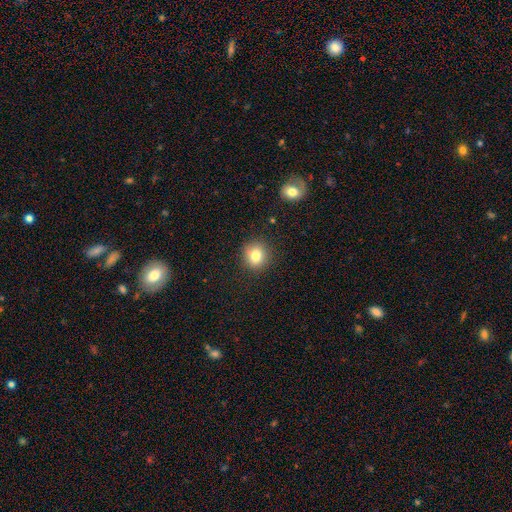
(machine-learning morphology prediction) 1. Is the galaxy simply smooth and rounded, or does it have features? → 80% smooth, 11% star or artifact, 9% featured or disk.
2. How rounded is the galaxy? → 85% round, 14% in between, 1% cigar-shaped.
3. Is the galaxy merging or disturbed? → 88% none, 8% minor disturbance, 2% major disturbance, 1% merger.